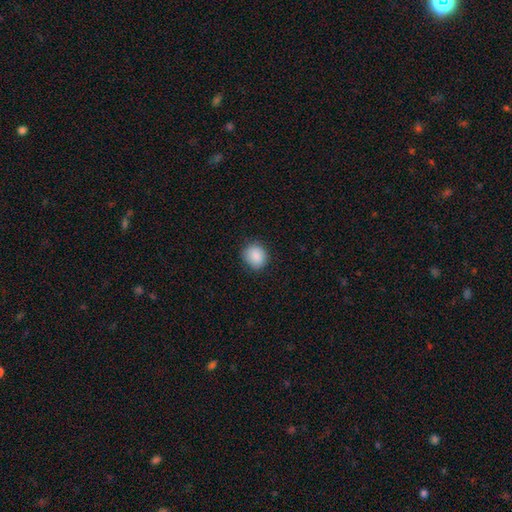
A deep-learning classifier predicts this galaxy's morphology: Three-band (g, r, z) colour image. It shows a smooth galaxy with no disk features (89%) that is round (77%). Merging: none (84%).